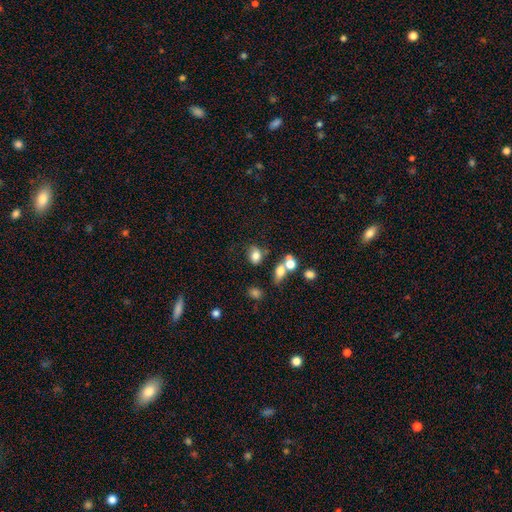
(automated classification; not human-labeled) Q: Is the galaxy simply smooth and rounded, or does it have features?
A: smooth — 76%.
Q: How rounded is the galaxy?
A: in between — 61%.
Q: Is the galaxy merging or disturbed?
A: none — 57%.